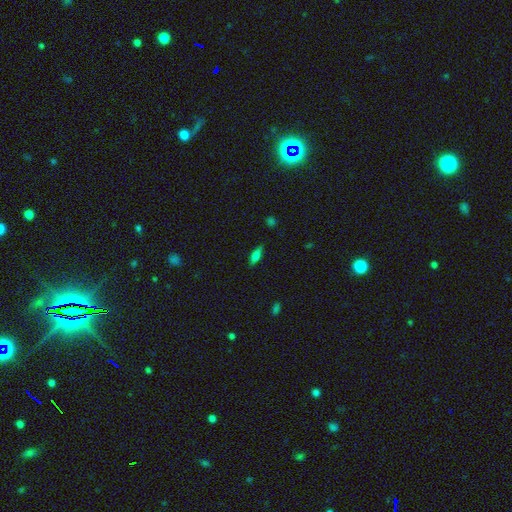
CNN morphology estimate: Smooth or featured?
  - smooth: 70% *
  - featured or disk: 19%
  - star or artifact: 11%
How rounded?
  - in between: 66% *
  - cigar-shaped: 30%
  - round: 3%
Merging?
  - none: 81% *
  - minor disturbance: 15%
  - major disturbance: 3%
  - merger: 1%